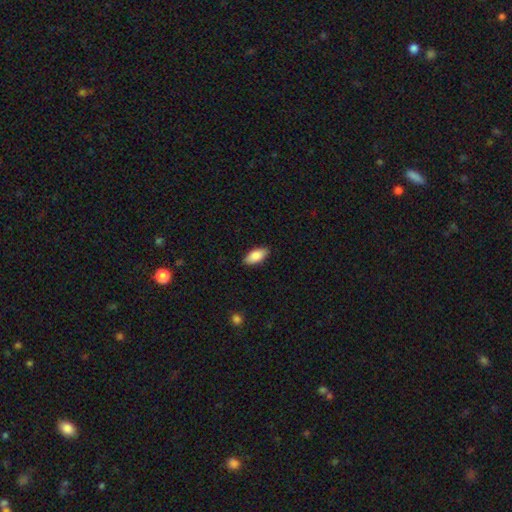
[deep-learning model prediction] smooth 87%, featured or disk 7%, star or artifact 6%. Down the decision tree: how rounded — in between (92%); merging — none (88%).